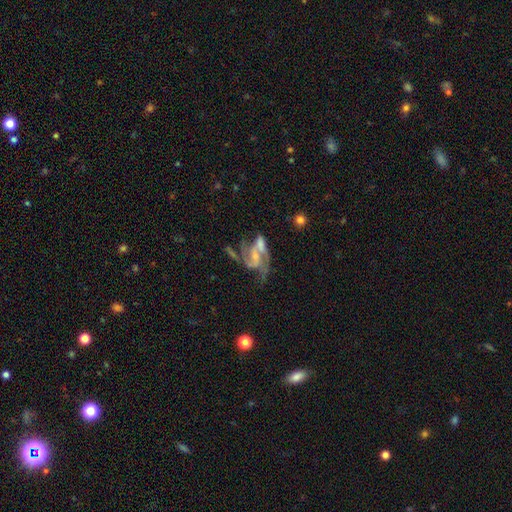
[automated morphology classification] featured or disk 81%, smooth 11%, star or artifact 8%. Down the decision tree: edge-on disk — no (96%); bar — weak (41%); spiral arms — yes (89%); spiral arm count — 2 (75%); spiral winding — medium (44%); bulge size — small (45%); merging — merger (33%).